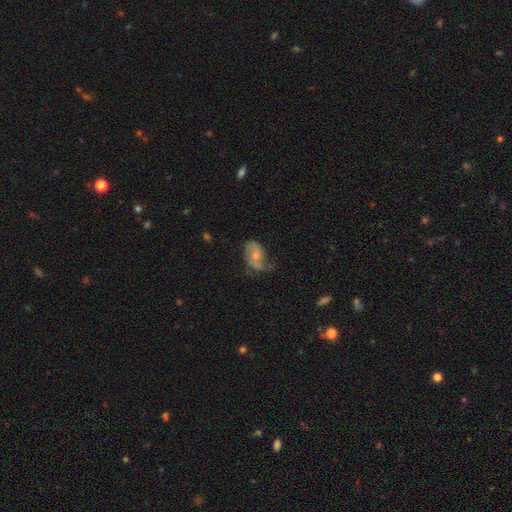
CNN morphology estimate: A featured or disk galaxy (71%) with no bar (67%), 2 (62%) loose (42%) spiral arms (86%) and a moderate central bulge (48%). Merging: none (45%).